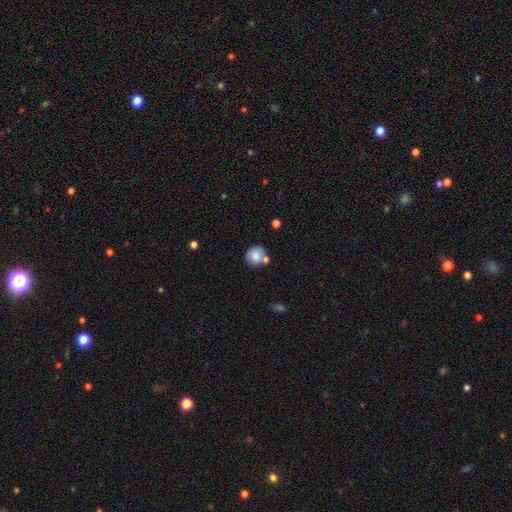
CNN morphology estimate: A smooth galaxy with no disk features (79%) that is round (85%). Merging: none (57%).